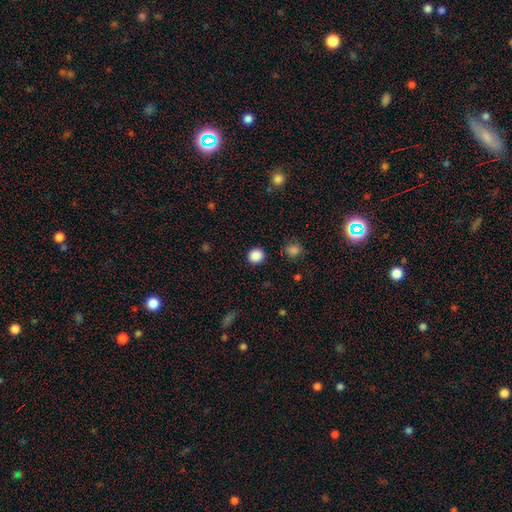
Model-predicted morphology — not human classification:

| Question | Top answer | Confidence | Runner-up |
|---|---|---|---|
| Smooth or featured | smooth | 87% | star or artifact (10%) |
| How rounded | round | 89% | in between (11%) |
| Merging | none | 91% | minor disturbance (5%) |